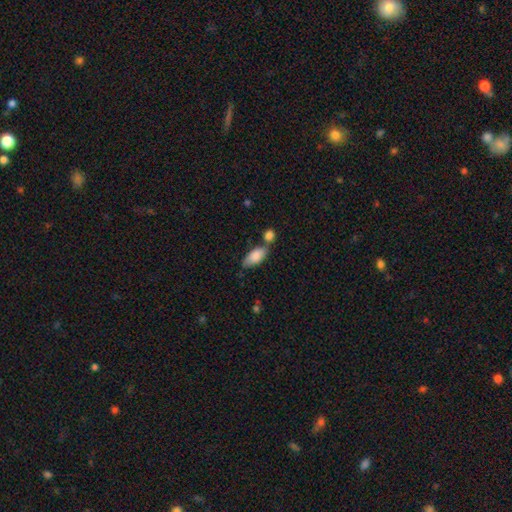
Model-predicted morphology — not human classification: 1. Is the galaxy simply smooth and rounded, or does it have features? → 84% smooth, 9% featured or disk, 6% star or artifact.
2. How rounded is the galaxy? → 86% in between, 11% cigar-shaped, 3% round.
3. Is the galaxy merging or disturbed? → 52% none, 27% merger, 16% minor disturbance, 5% major disturbance.